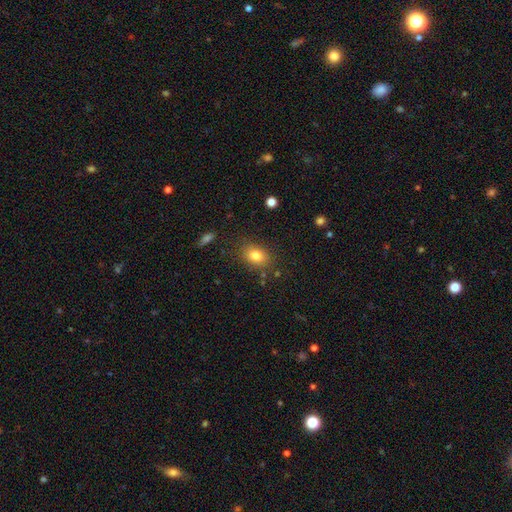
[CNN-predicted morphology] smooth_or_featured: smooth (p=0.81) [alt: star or artifact p=0.11]
how_rounded: in between (p=0.67) [alt: round p=0.31]
merging: none (p=0.83) [alt: minor disturbance p=0.11]